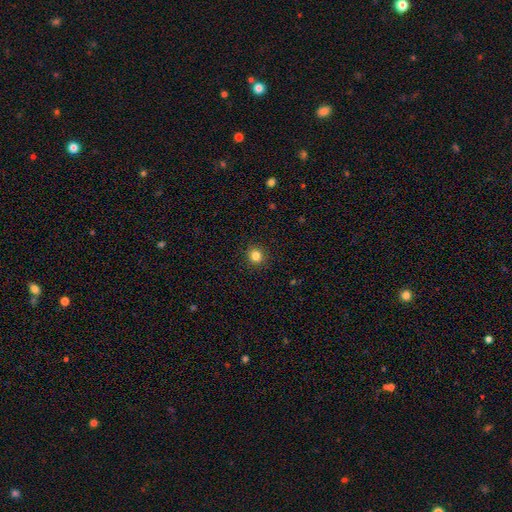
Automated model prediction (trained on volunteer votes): Smooth or featured: smooth — 84% (star or artifact — 12%)
How rounded: round — 92% (in between — 7%)
Merging: none — 92% (minor disturbance — 5%)